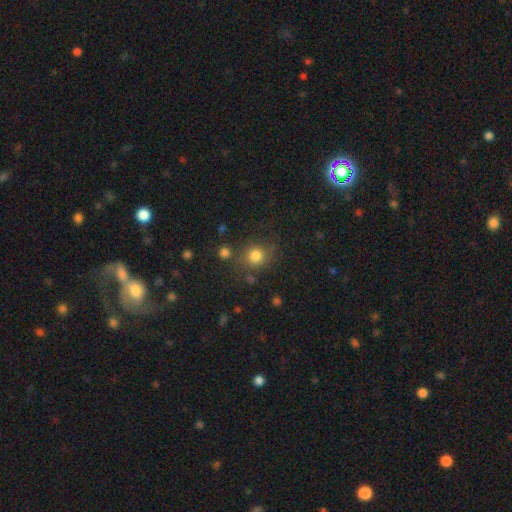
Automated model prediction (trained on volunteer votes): This appears to be a smooth galaxy with no disk features (80%) that is round (86%). Merging: none (76%).